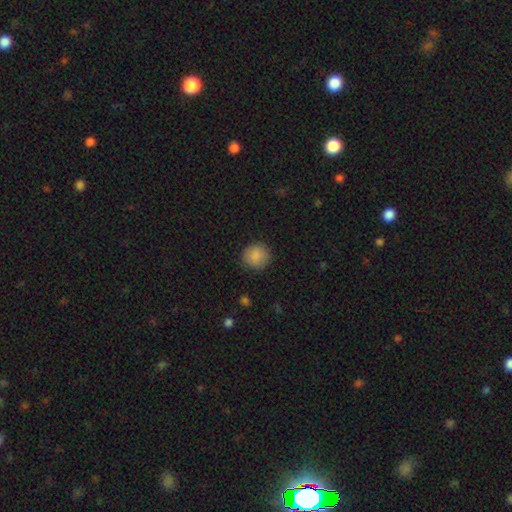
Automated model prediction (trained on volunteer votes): Q: Smooth or featured?
A: smooth (88%); runner-up: star or artifact (8%)
Q: How rounded?
A: round (90%); runner-up: in between (9%)
Q: Merging?
A: none (88%); runner-up: minor disturbance (9%)